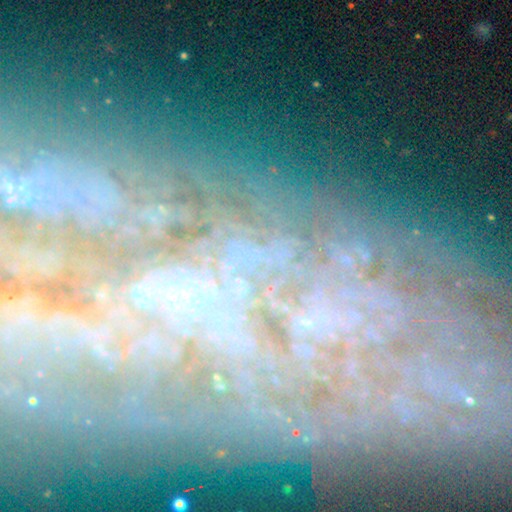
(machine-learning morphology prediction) A featured or disk galaxy (48%). Merging: none (64%).